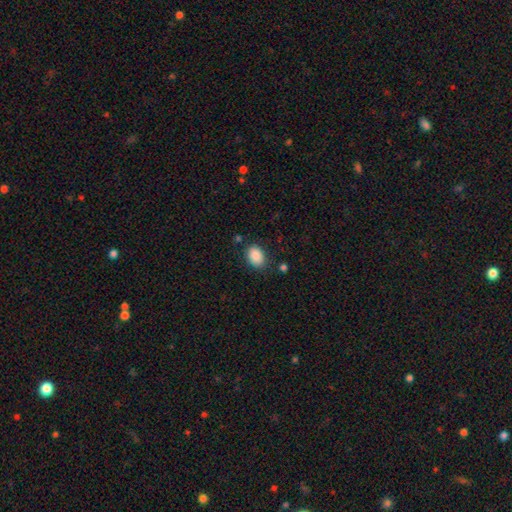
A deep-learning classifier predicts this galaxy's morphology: The model was most divided on "how rounded": in between: 78%, round: 21%, cigar-shaped: 1%. More confident: smooth or featured — smooth (88%); merging — none (82%).